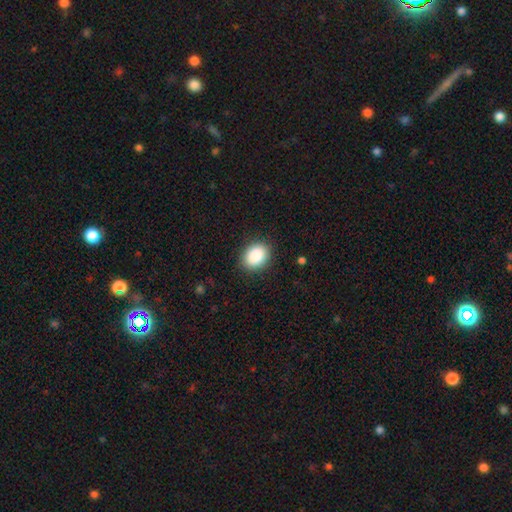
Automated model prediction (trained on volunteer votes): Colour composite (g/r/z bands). It shows a smooth galaxy with no disk features (89%) that is in between round and cigar-shaped (58%). Merging: none (88%).